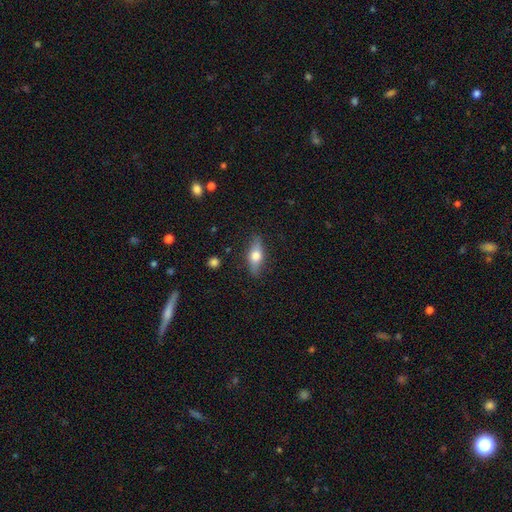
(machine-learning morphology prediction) smooth-or-featured: smooth: 51% | featured or disk: 42% | star or artifact: 7%
  how-rounded: in between: 59% | cigar-shaped: 35% | round: 5%
  merging: none: 85% | minor disturbance: 11% | major disturbance: 3% | merger: 1%